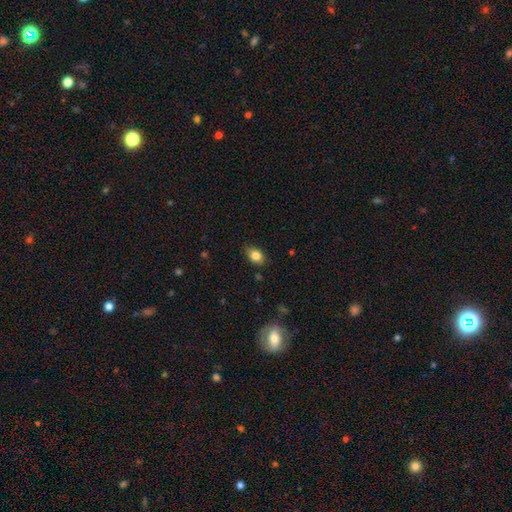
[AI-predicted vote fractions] smooth-or-featured: smooth: 84% | star or artifact: 9% | featured or disk: 7%
  how-rounded: in between: 79% | round: 20% | cigar-shaped: 1%
  merging: none: 82% | minor disturbance: 14% | major disturbance: 3% | merger: 1%